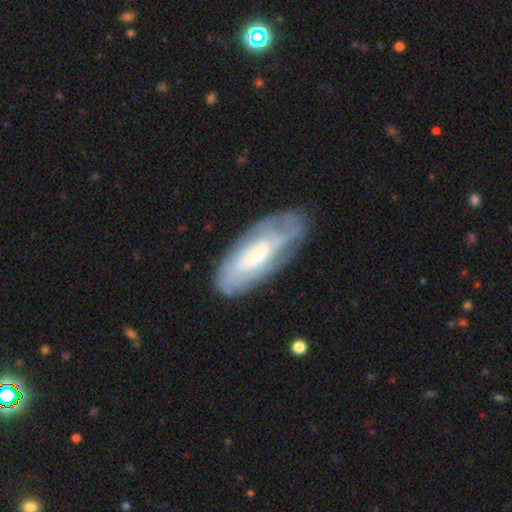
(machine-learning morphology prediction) smooth_or_featured: featured or disk (p=0.59) [alt: smooth p=0.35]
disk_edge_on: no (p=0.84) [alt: yes p=0.16]
merging: none (p=0.70) [alt: minor disturbance p=0.20]